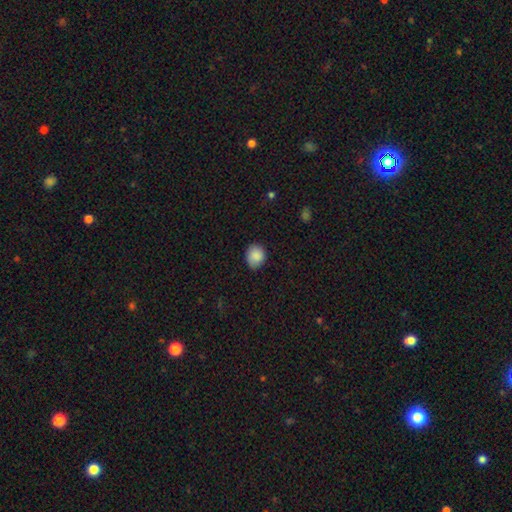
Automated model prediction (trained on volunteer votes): Smooth or featured? Predicted: smooth (p=0.87). How rounded? Predicted: round (p=0.67). Merging? Predicted: none (p=0.77).